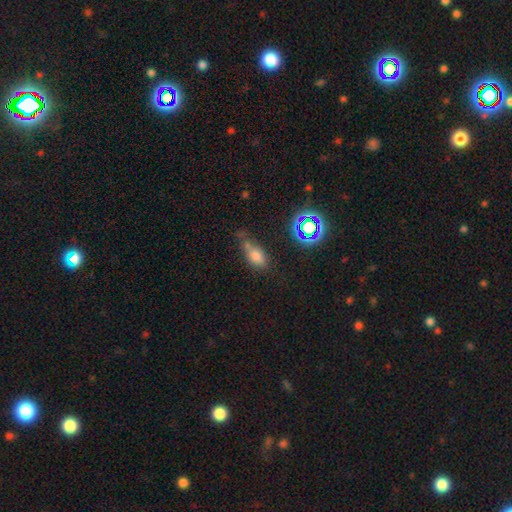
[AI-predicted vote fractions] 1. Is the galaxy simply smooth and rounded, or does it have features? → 69% smooth, 19% star or artifact, 13% featured or disk.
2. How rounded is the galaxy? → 78% in between, 12% round, 10% cigar-shaped.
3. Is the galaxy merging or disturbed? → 43% none, 29% minor disturbance, 16% merger, 13% major disturbance.